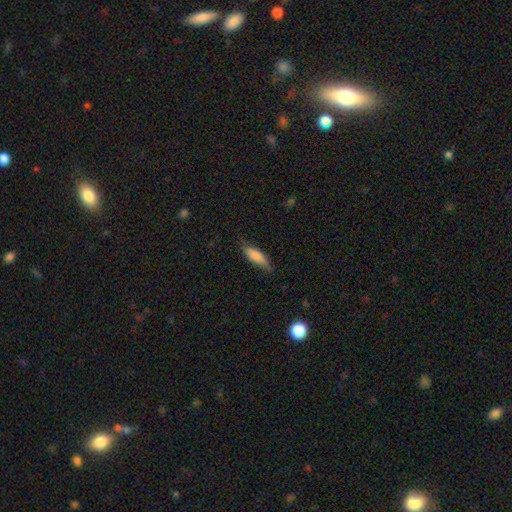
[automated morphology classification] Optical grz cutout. It shows a smooth galaxy with no disk features (80%) that is in between round and cigar-shaped (53%). Merging: none (71%).